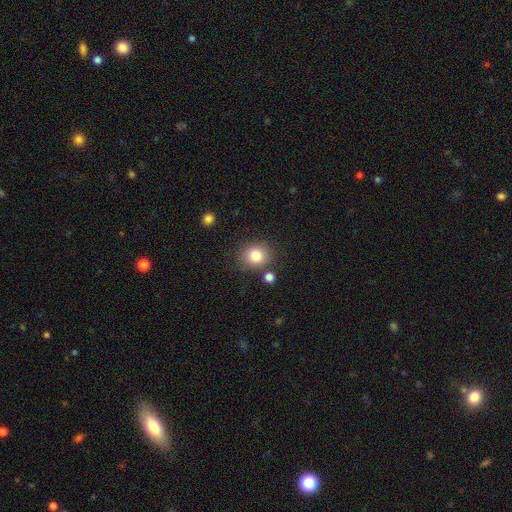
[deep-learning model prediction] Smooth or featured: smooth — 82% (star or artifact — 11%)
How rounded: round — 78% (in between — 21%)
Merging: none — 81% (minor disturbance — 10%)